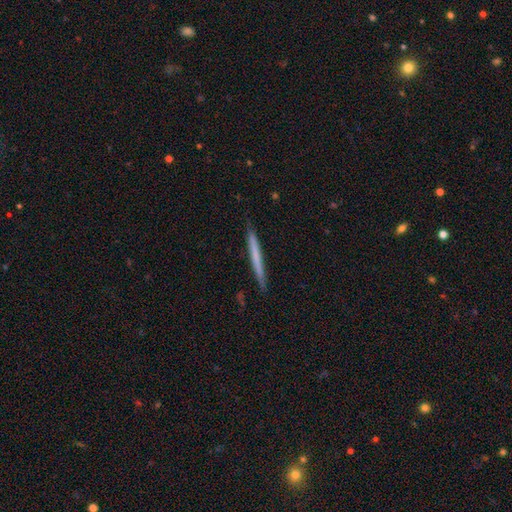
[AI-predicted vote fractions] smooth 55%, featured or disk 39%, star or artifact 5%. Down the decision tree: how rounded — cigar-shaped (97%); merging — none (90%).